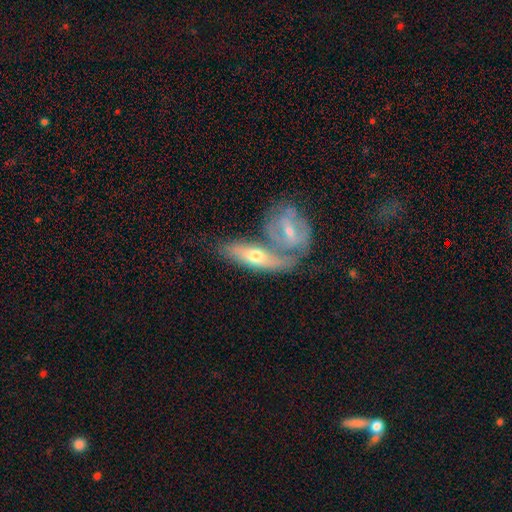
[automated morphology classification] Smooth or featured? featured or disk (55%)
Edge-on disk? no (64%)
Merging? merger (57%)